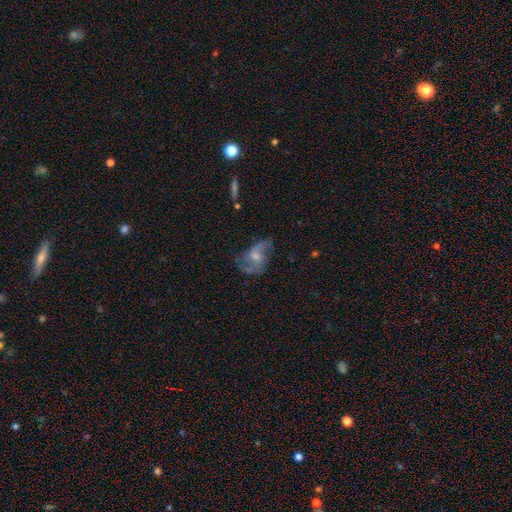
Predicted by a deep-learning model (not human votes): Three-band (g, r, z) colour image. It shows a featured or disk galaxy (71%) with no bar (55%), 2 (75%) loose (65%) spiral arms (83%) and a small central bulge (48%). Merging: none (47%).